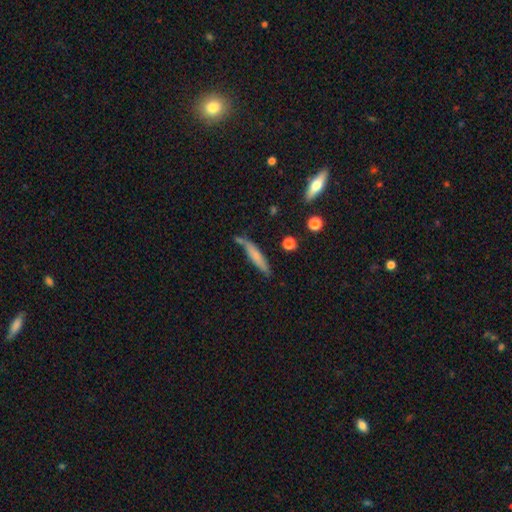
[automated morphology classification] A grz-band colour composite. It shows a smooth galaxy with no disk features (68%) that is cigar-shaped (88%). Merging: none (67%).